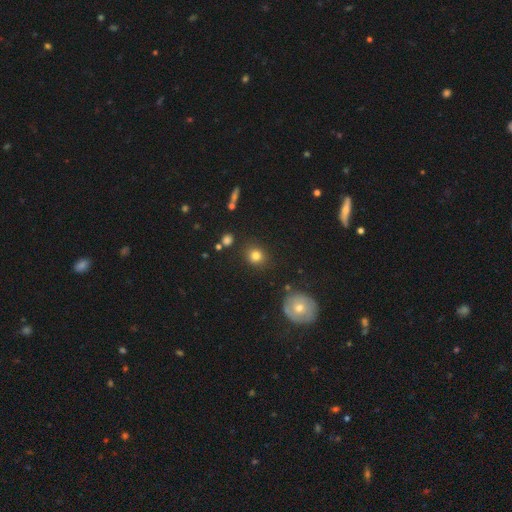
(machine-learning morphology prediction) smooth 80%, star or artifact 13%, featured or disk 7%. Down the decision tree: how rounded — round (81%); merging — none (84%).